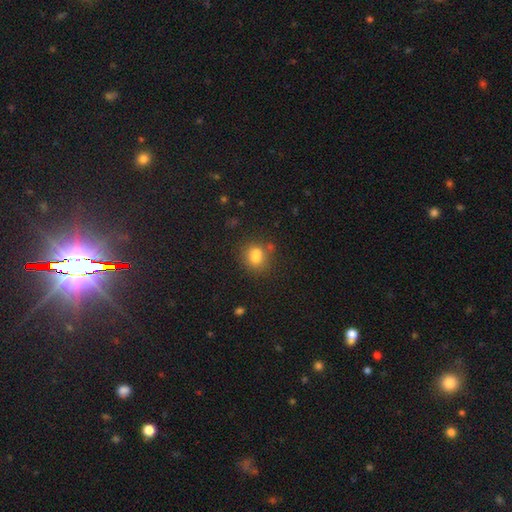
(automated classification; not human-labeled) A smooth galaxy with no disk features (74%) that is round (64%).

Vote fractions:
- Smooth or featured? smooth: 74% / featured or disk: 13% / star or artifact: 13%
- How rounded? round: 64% / in between: 34% / cigar-shaped: 1%
- Merging? none: 49% / merger: 32% / minor disturbance: 14% / major disturbance: 6%